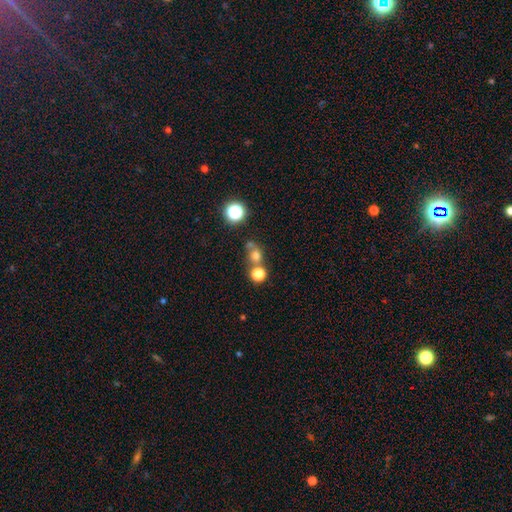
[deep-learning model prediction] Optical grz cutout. It shows a smooth galaxy with no disk features (69%) that is round (84%). Merging: none (54%).